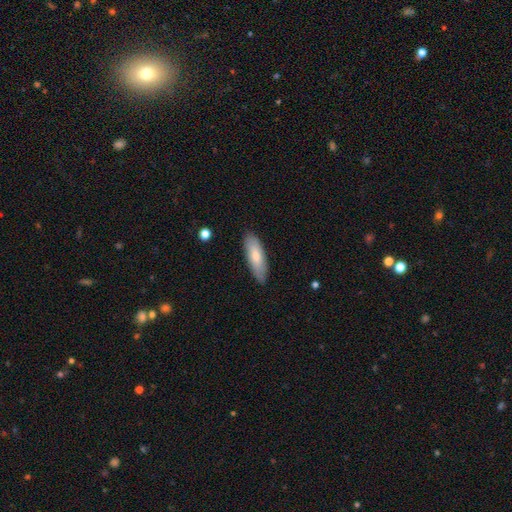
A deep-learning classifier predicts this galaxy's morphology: Smooth or featured? smooth (76%)
How rounded? in between (58%)
Merging? none (83%)